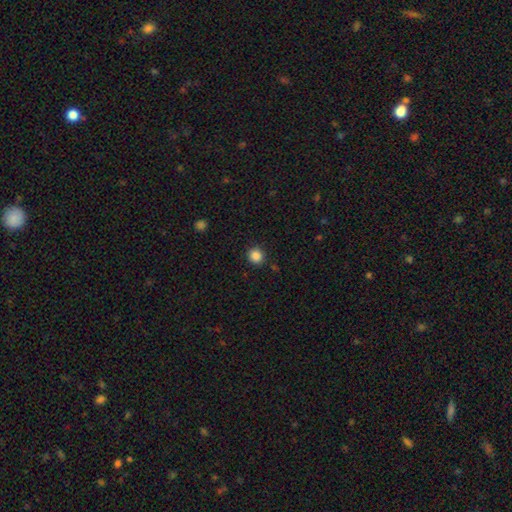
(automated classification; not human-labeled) Overall: smooth (86%). How rounded: round (89%). Merging: none (90%).